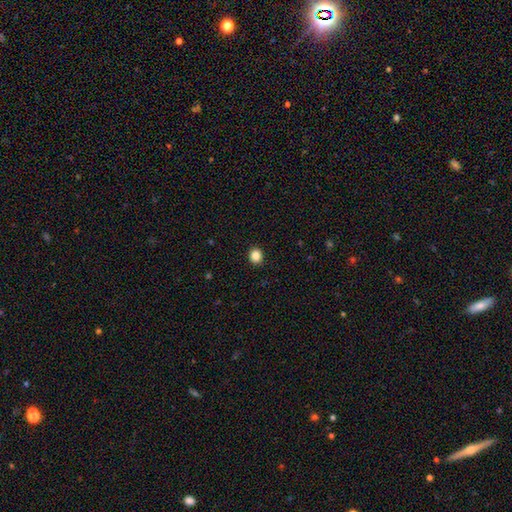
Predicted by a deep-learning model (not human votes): Smooth or featured? Predicted: smooth (p=0.85). How rounded? Predicted: round (p=0.82). Merging? Predicted: none (p=0.92).